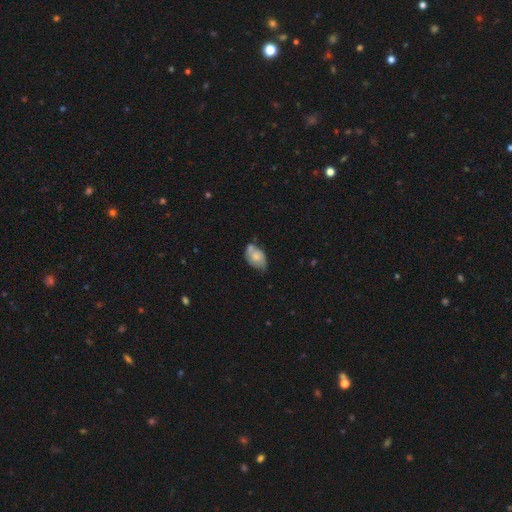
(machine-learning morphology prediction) Q: Smooth or featured?
A: smooth (57%); runner-up: featured or disk (35%)
Q: How rounded?
A: in between (87%); runner-up: round (11%)
Q: Merging?
A: none (43%); runner-up: minor disturbance (31%)